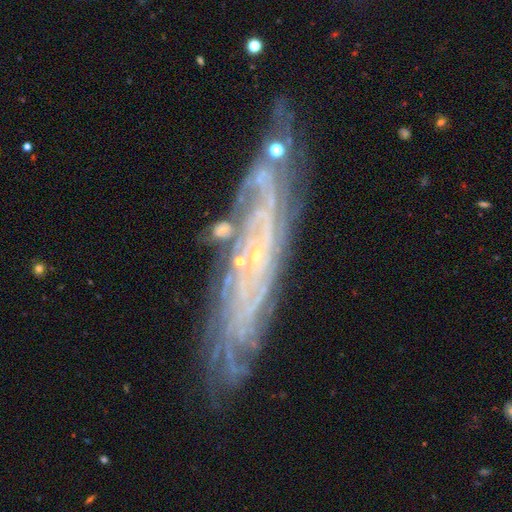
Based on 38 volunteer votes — Volunteers were most divided on "edge-on disk": no: 74%, yes: 26%. More confident: spiral arms — yes (92%); smooth or featured — featured or disk (89%); spiral winding — tight (87%); bulge size — small (80%); bar — no (76%); spiral arm count — can't tell (70%); merging — none (65%).